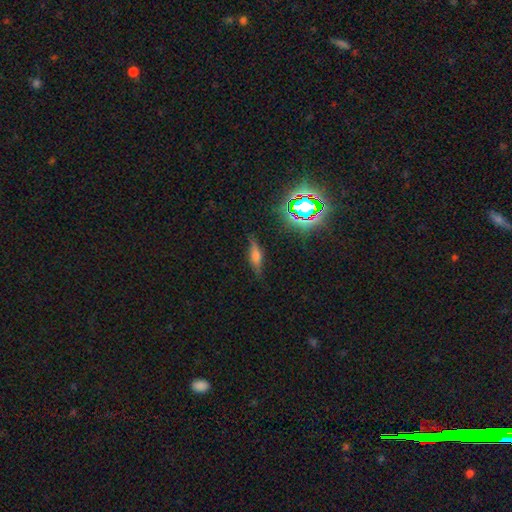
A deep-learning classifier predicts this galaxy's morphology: smooth_or_featured: smooth (p=0.47) [alt: featured or disk p=0.37]
merging: none (p=0.78) [alt: minor disturbance p=0.16]